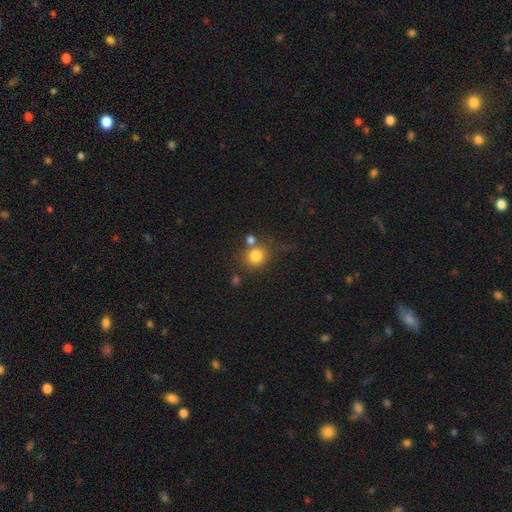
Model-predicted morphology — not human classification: Q: Smooth or featured?
A: smooth (80%); runner-up: star or artifact (12%)
Q: How rounded?
A: round (86%); runner-up: in between (13%)
Q: Merging?
A: none (65%); runner-up: merger (17%)